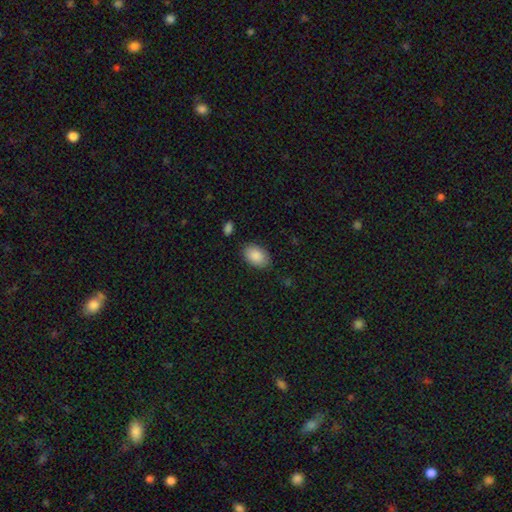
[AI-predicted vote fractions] Q: Smooth or featured?
A: smooth (89%); runner-up: star or artifact (7%)
Q: How rounded?
A: in between (91%); runner-up: round (8%)
Q: Merging?
A: none (83%); runner-up: minor disturbance (12%)